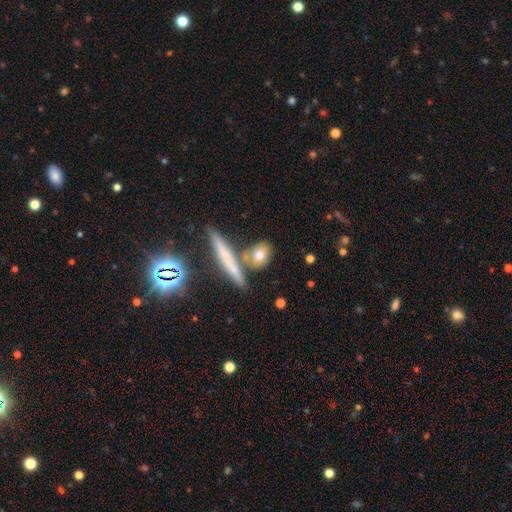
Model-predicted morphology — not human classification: This is likely a smooth galaxy (60%). How rounded: possibly cigar-shaped (52%). Merging: likely none (74%).